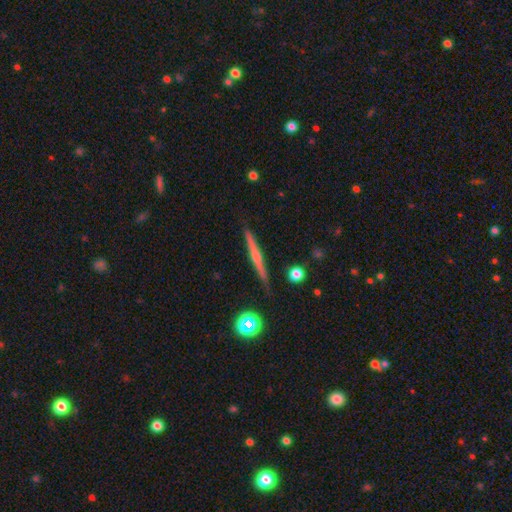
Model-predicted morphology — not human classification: smooth_or_featured: featured or disk (p=0.66) [alt: smooth p=0.26]
disk_edge_on: yes (p=0.98) [alt: no p=0.02]
edge_on_bulge: rounded (p=0.64) [alt: none p=0.28]
merging: none (p=0.89) [alt: minor disturbance p=0.08]